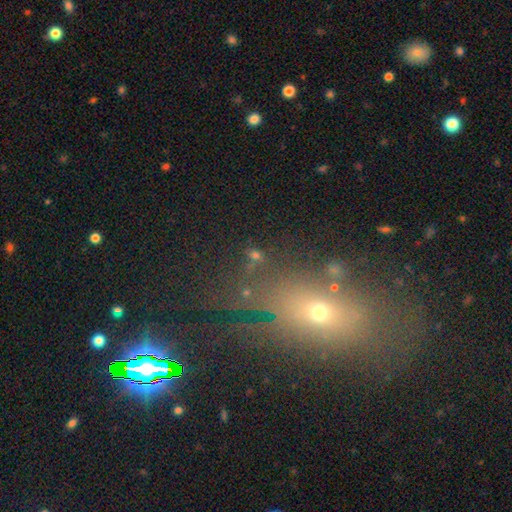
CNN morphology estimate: Smooth or featured: star or artifact — 42% (smooth — 40%)